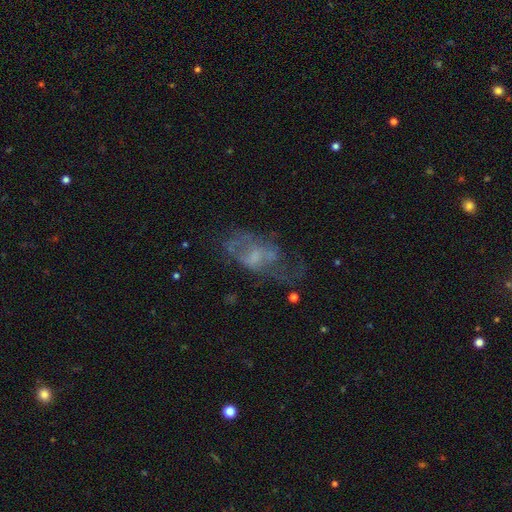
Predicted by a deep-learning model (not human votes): Smooth or featured? featured or disk (59%)
Edge-on disk? no (94%)
Bar? no (64%)
Spiral arms? no (60%)
Bulge size? small (33%)
Merging? none (39%)